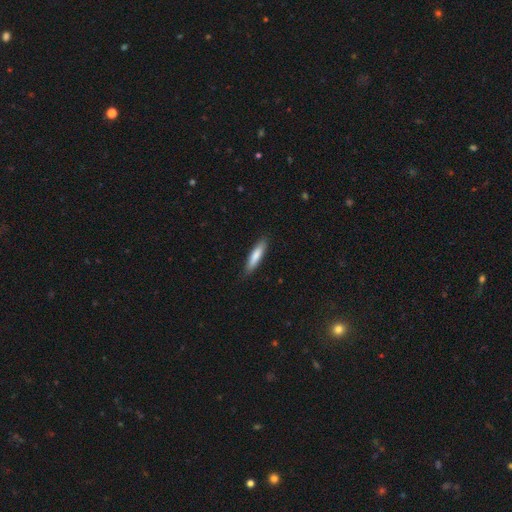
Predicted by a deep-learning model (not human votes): A smooth galaxy with no disk features (79%) that is cigar-shaped (81%).

Vote fractions:
- Smooth or featured? smooth: 79% / featured or disk: 16% / star or artifact: 5%
- How rounded? cigar-shaped: 81% / in between: 18% / round: 1%
- Merging? none: 86% / minor disturbance: 11% / major disturbance: 2% / merger: 1%